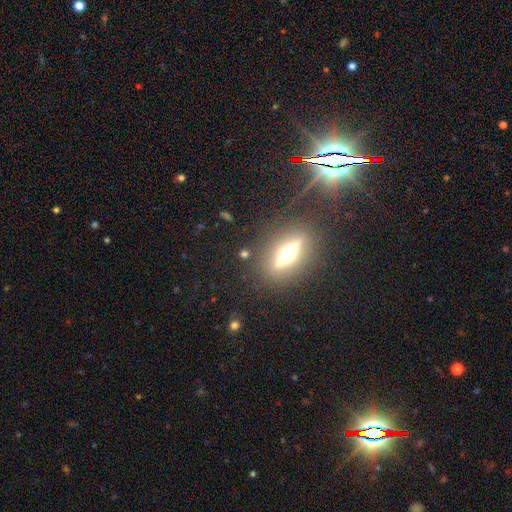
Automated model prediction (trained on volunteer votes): This is marginally a star or artifact rather than a galaxy (42%).